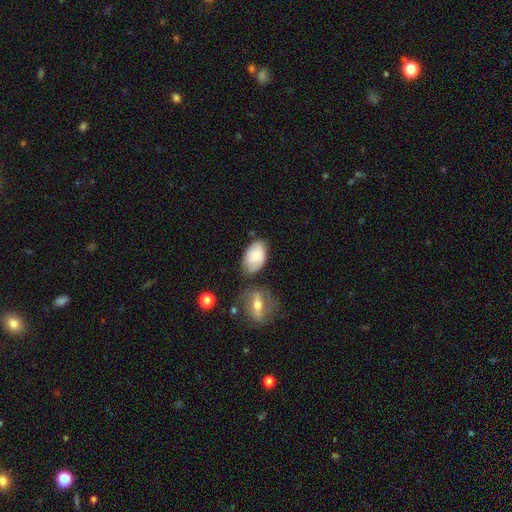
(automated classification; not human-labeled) Morphology: type=smooth (77%); roundness=in between (92%); merging=none (61%).